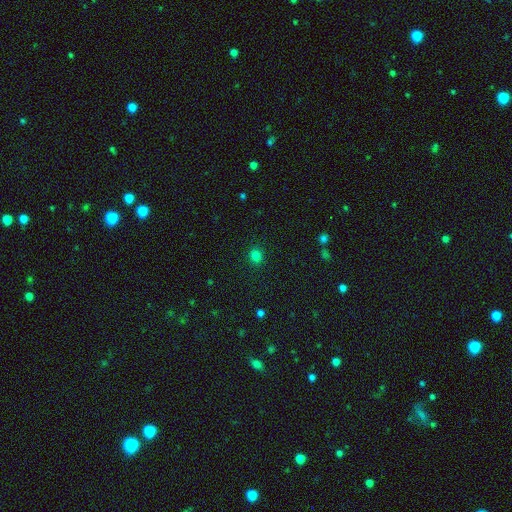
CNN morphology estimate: type=smooth (81%); roundness=round (77%); merging=none (90%).